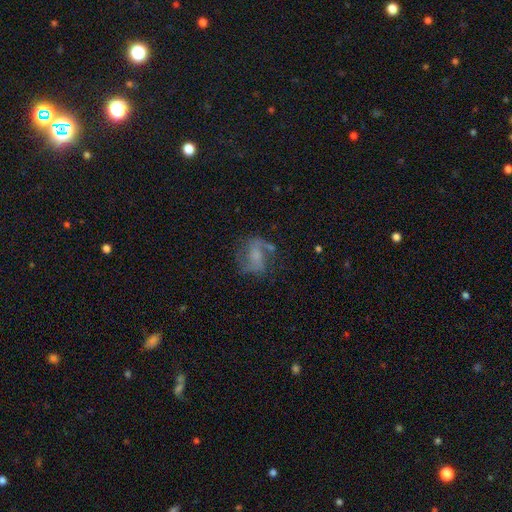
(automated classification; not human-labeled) This is likely a featured or disk galaxy (62%). It is clearly not viewed edge-on (97%). Bar: marginally no (44%). Spiral arm pattern: clearly yes (81%). Central bulge: marginally small (33%). Merging: possibly none (54%).